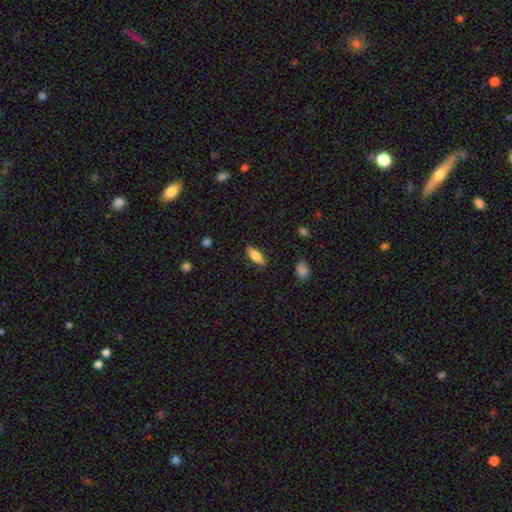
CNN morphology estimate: Smooth or featured? Predicted: smooth (p=0.71). How rounded? Predicted: in between (p=0.69). Merging? Predicted: none (p=0.85).